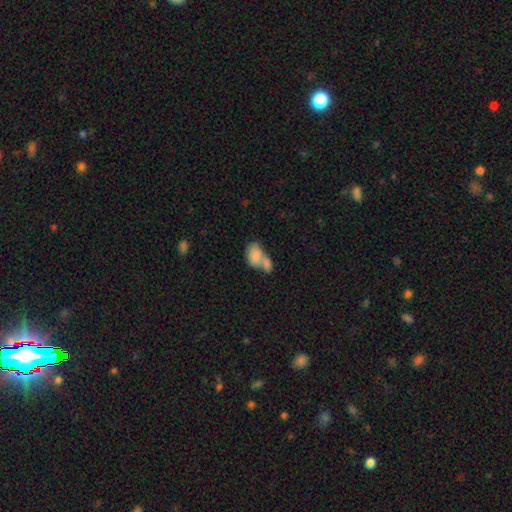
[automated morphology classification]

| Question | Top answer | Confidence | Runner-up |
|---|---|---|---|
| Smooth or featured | smooth | 78% | featured or disk (15%) |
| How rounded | in between | 86% | round (12%) |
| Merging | merger | 71% | none (16%) |